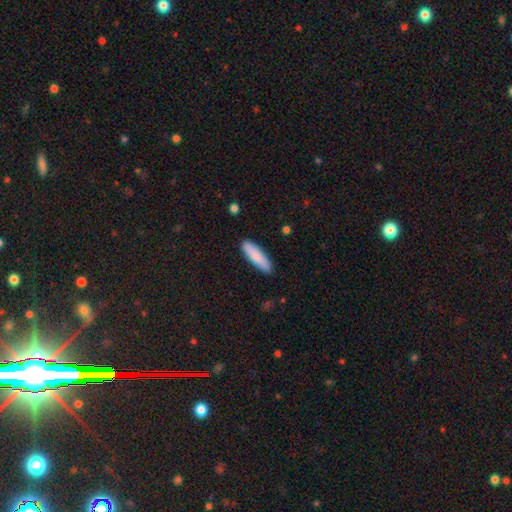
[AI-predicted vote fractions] This appears to be a smooth galaxy with no disk features (85%) that is cigar-shaped (63%). Merging: none (87%).